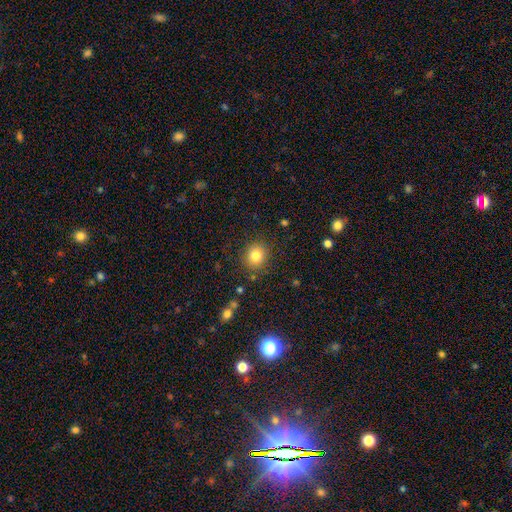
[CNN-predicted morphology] A smooth galaxy with no disk features (81%) that is round (85%). Merging: none (87%).